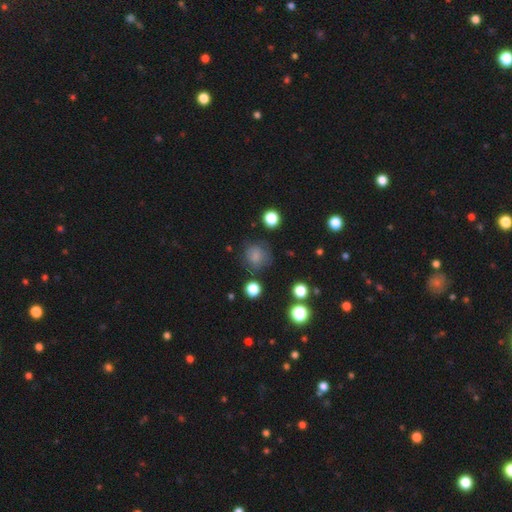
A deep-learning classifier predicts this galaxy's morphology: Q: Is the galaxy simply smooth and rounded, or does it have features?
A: smooth — 75%.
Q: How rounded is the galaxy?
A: round — 82%.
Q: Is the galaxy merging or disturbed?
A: none — 69%.